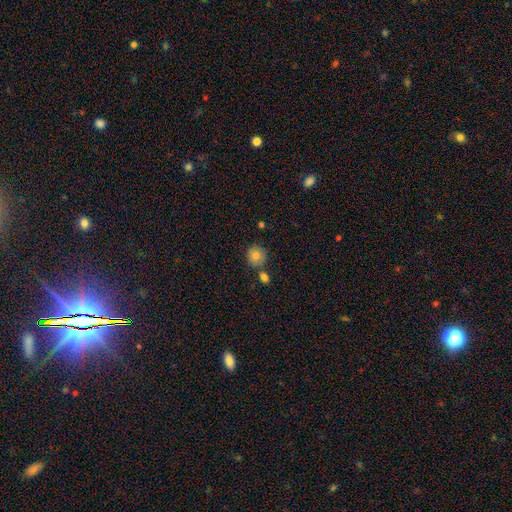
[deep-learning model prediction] Morphology: type=smooth (81%); roundness=round (90%); merging=none (71%).